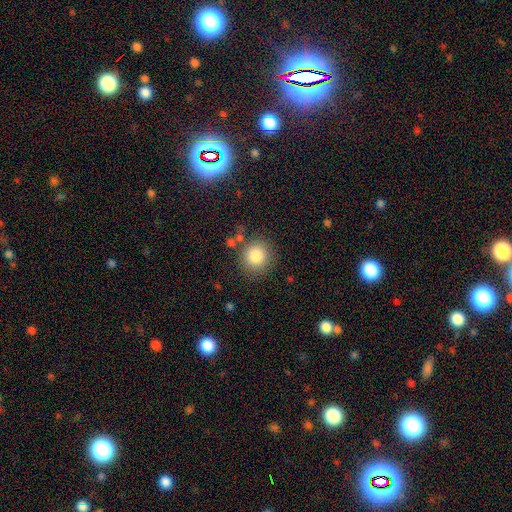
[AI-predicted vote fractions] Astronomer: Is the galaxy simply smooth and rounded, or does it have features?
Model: smooth — 84%.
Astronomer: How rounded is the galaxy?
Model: round — 89%.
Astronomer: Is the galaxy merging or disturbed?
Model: none — 81%.